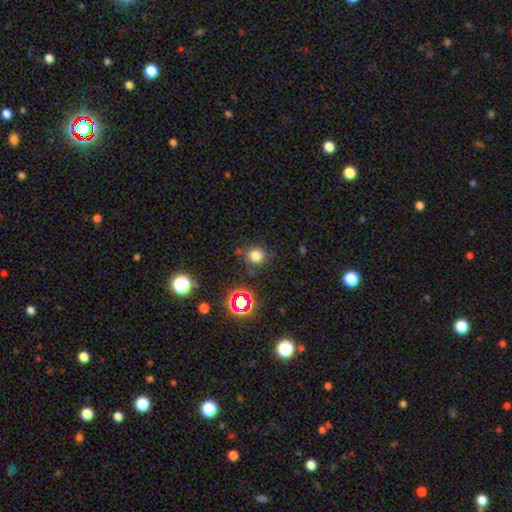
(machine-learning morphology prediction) This appears to be a smooth galaxy with no disk features (73%) that is round (91%). Merging: none (79%).